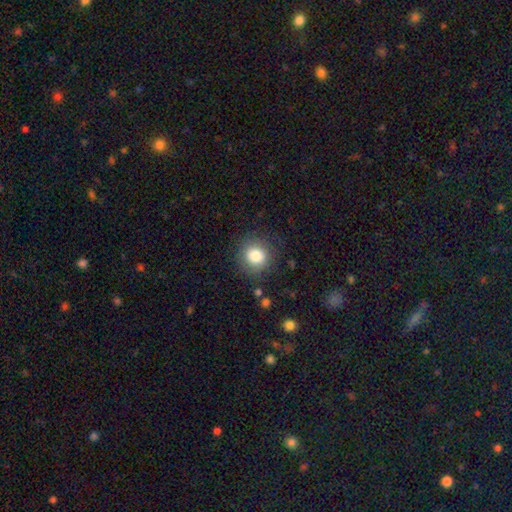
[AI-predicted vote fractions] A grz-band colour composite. It shows a smooth galaxy with no disk features (82%) that is round (89%). Merging: none (84%).